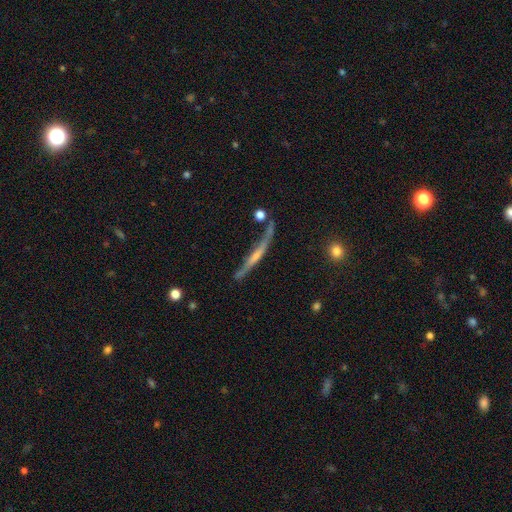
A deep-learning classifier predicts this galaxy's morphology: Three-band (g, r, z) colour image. It shows a featured or disk galaxy (69%) viewed edge-on (90%) with a rounded central bulge (75%). Merging: none (66%).